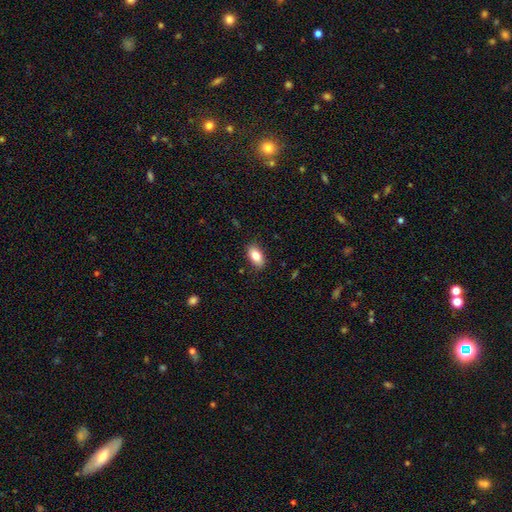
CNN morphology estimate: Overall: smooth (82%). How rounded: in between (90%). Merging: none (87%).